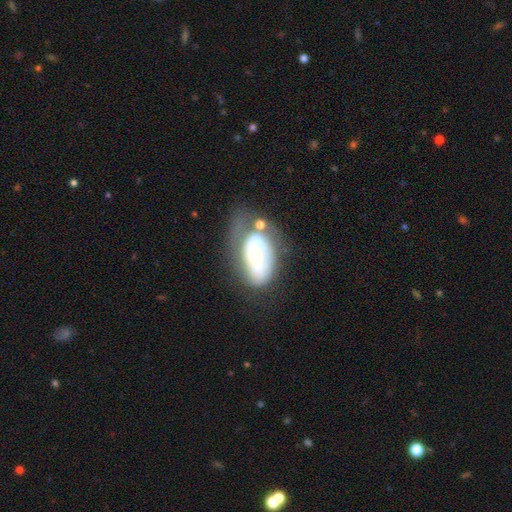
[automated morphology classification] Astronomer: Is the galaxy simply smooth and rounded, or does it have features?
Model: featured or disk — 66%.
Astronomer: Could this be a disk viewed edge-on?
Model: no — 95%.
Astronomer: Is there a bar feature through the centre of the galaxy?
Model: no — 79%.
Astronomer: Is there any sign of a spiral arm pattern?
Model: no — 56% (runner-up: yes, 44%).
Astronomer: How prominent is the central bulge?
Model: moderate — 58%.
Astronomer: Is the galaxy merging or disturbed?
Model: major disturbance — 30% (runner-up: none, 27%).